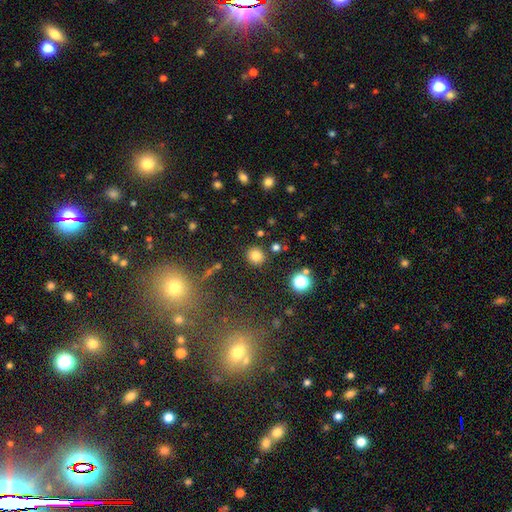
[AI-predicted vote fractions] Smooth or featured? Predicted: smooth (p=0.80). How rounded? Predicted: round (p=0.90). Merging? Predicted: none (p=0.88).